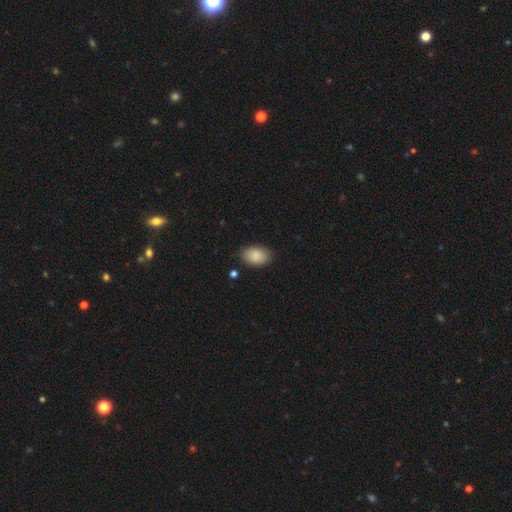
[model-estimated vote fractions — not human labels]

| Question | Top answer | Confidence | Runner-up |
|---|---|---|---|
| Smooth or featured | smooth | 88% | star or artifact (7%) |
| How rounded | in between | 90% | round (9%) |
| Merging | none | 85% | minor disturbance (11%) |